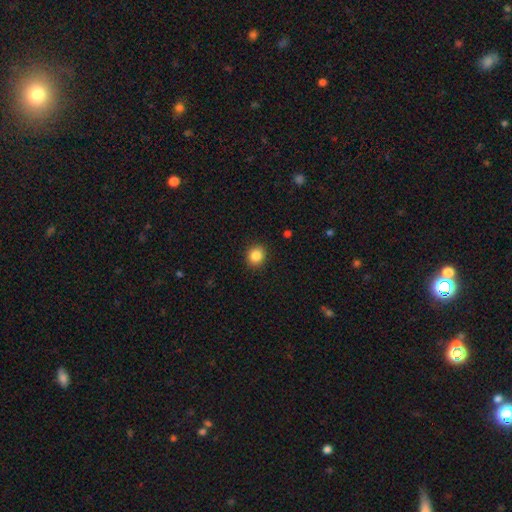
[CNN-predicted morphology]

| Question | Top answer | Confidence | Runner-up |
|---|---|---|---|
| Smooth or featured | smooth | 86% | star or artifact (10%) |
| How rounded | round | 79% | in between (20%) |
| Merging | none | 90% | minor disturbance (6%) |